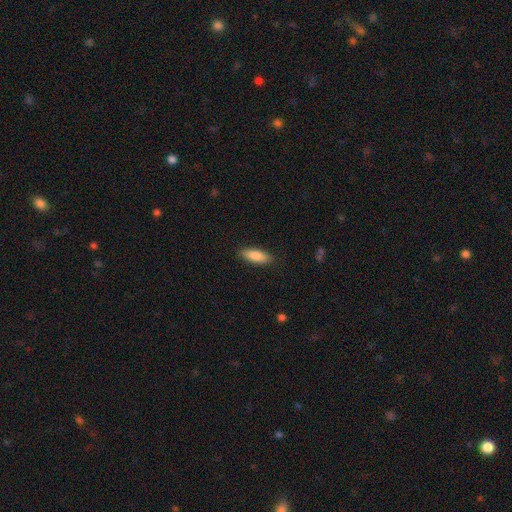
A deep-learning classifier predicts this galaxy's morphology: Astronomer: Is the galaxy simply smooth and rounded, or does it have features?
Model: smooth — 87%.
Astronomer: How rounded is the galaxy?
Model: in between — 69%.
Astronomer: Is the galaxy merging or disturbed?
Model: none — 88%.